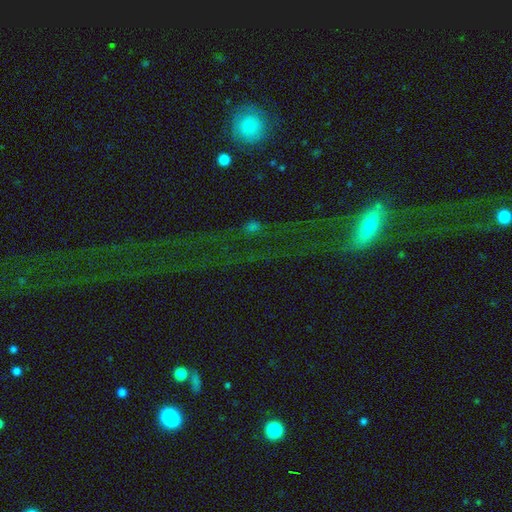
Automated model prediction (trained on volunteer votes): Overall: star or artifact (38%; featured or disk 37%).